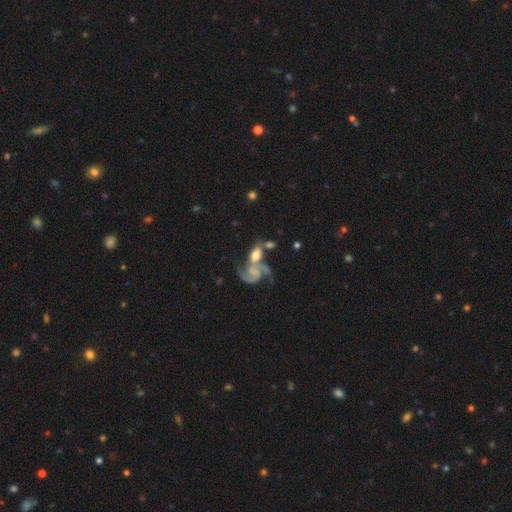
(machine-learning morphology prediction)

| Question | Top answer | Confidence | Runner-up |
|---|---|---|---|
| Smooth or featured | featured or disk | 59% | smooth (32%) |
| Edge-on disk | no | 94% | yes (6%) |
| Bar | no | 63% | weak (28%) |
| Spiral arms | yes | 83% | no (17%) |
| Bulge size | small | 33% | moderate (28%) |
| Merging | merger | 49% | none (27%) |